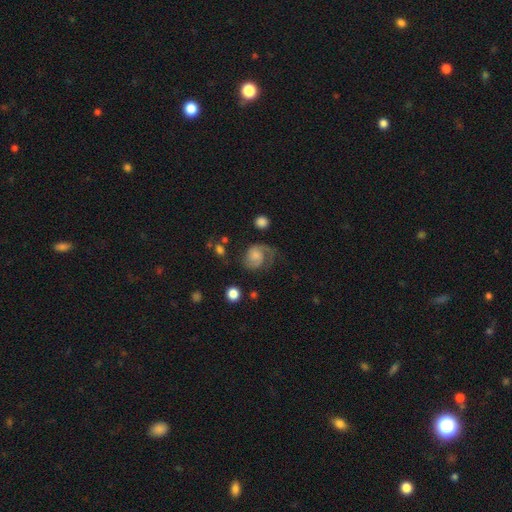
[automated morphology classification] Overall: featured or disk (59%; smooth 32%). Edge-on disk: no (98%). Bar: no (70%). Spiral arms: yes (91%). Spiral arm count: 2 (51%; 1 38%). Spiral winding: medium (42%; tight 29%). Bulge size: none (32%; small 29%). Merging: none (44%; major disturbance 29%).